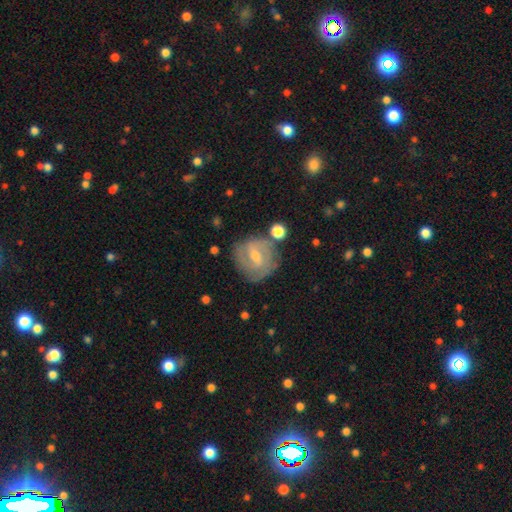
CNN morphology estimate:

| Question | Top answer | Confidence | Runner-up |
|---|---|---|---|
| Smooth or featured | featured or disk | 66% | smooth (26%) |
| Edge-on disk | no | 96% | yes (4%) |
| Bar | weak | 54% | no (24%) |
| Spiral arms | yes | 78% | no (22%) |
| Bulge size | small | 48% | moderate (46%) |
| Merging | none | 68% | minor disturbance (19%) |